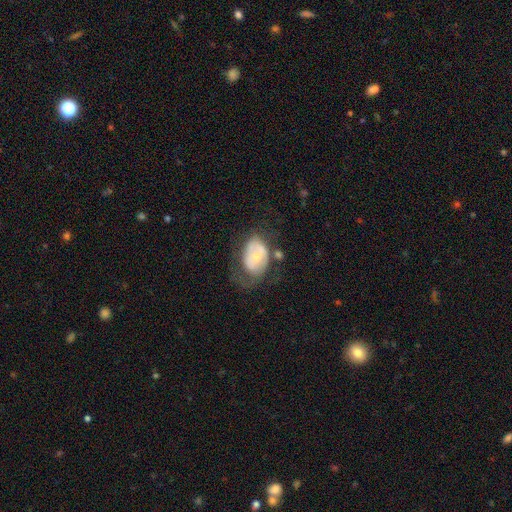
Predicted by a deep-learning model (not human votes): smooth-or-featured: featured or disk: 51% | smooth: 43% | star or artifact: 7%
  disk-edge-on: no: 94% | yes: 6%
  merging: none: 38% | minor disturbance: 28% | major disturbance: 26% | merger: 8%